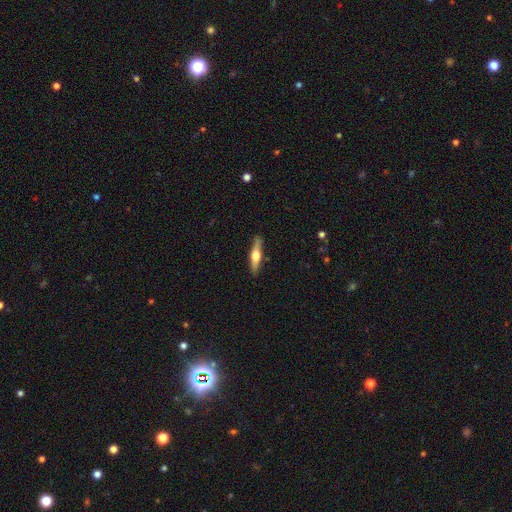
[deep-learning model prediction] Morphology: type=featured or disk (55%); edge-on=yes (95%); edge-on bulge=rounded (92%); merging=none (87%).